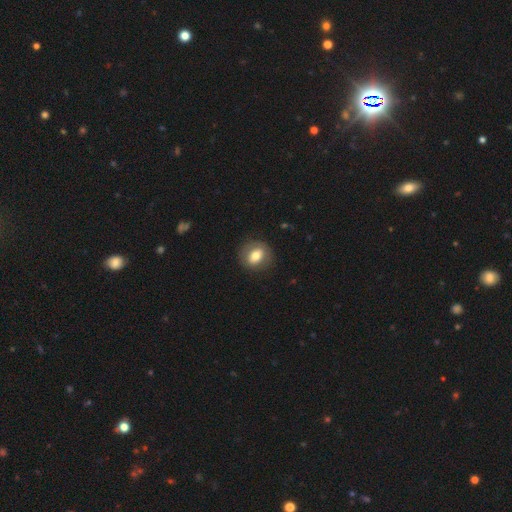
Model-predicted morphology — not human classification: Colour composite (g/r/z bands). It shows a smooth galaxy with no disk features (70%) that is round (63%). Merging: none (85%).